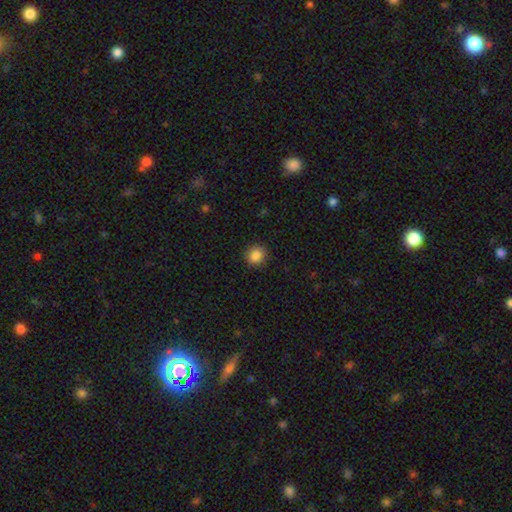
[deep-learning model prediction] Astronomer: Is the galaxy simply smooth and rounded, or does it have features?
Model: smooth — 86%.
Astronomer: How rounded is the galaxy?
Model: round — 85%.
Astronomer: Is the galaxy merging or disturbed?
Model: none — 88%.